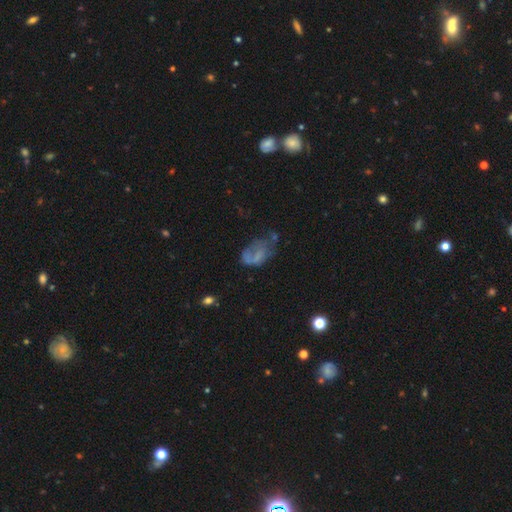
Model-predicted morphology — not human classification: Q: Smooth or featured?
A: smooth (45%); runner-up: featured or disk (40%)
Q: Merging?
A: major disturbance (37%); runner-up: none (28%)